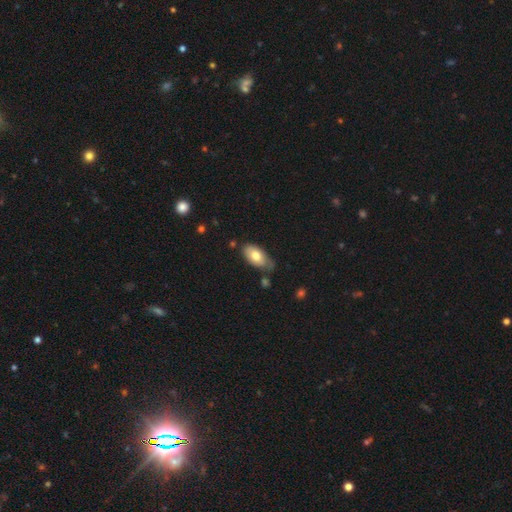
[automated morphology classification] A smooth galaxy with no disk features (74%) that is in between round and cigar-shaped (93%). Merging: none (61%).